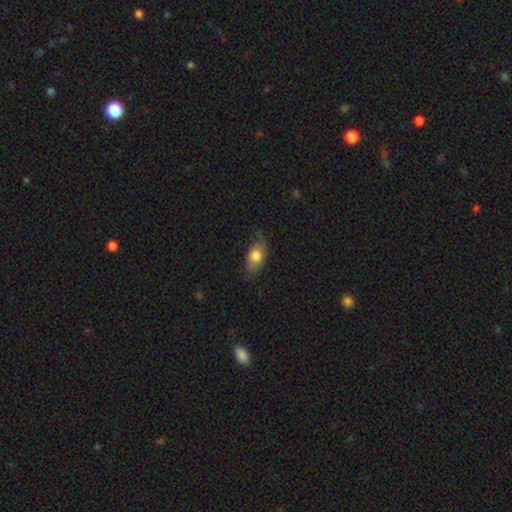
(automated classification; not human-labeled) smooth-or-featured: smooth: 77% | featured or disk: 16% | star or artifact: 7%
  how-rounded: in between: 88% | round: 8% | cigar-shaped: 4%
  merging: none: 71% | minor disturbance: 23% | major disturbance: 5% | merger: 1%